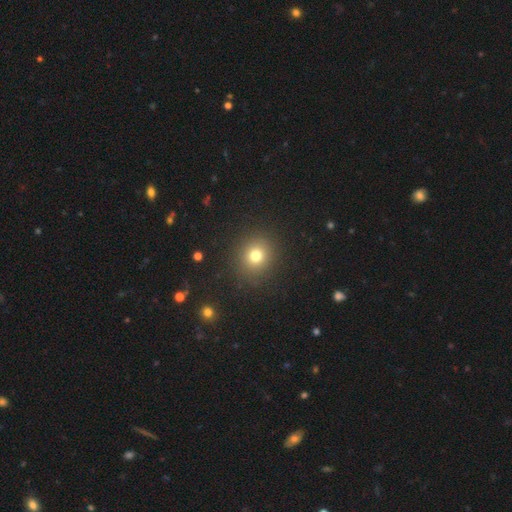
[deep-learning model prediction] The model was most divided on "smooth or featured": smooth: 76%, star or artifact: 16%, featured or disk: 8%. More confident: merging — none (89%); how rounded — round (84%).